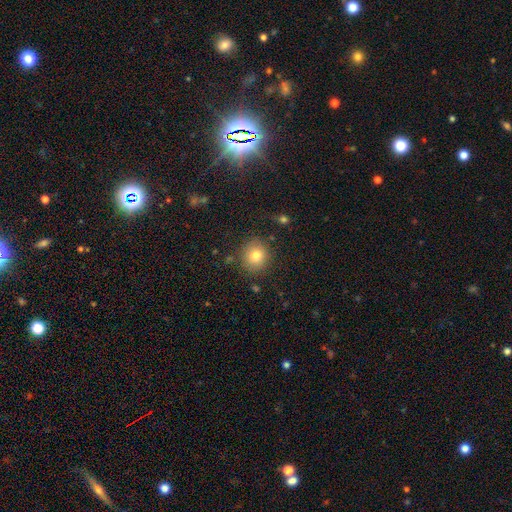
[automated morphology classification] A smooth galaxy with no disk features (78%) that is round (86%). Merging: none (85%).